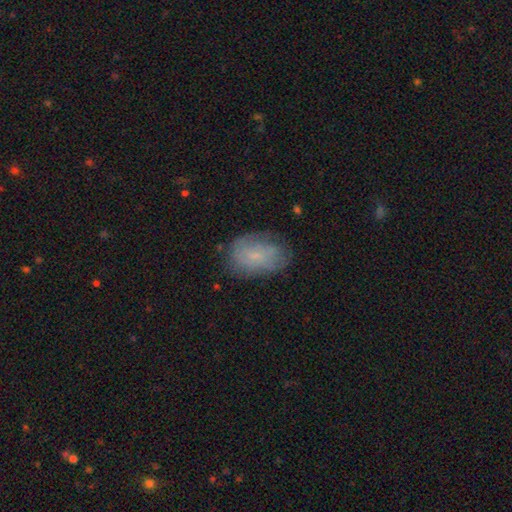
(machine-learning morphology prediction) Smooth or featured: smooth — 63% (featured or disk — 28%)
How rounded: in between — 87% (round — 12%)
Merging: none — 66% (minor disturbance — 24%)